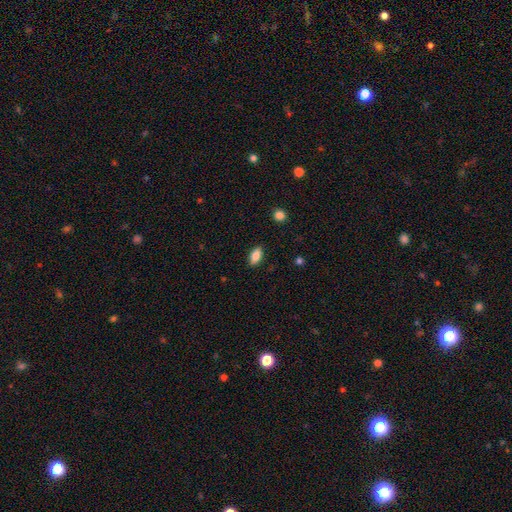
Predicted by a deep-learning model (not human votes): A smooth galaxy with no disk features (83%) that is in between round and cigar-shaped (89%).

Vote fractions:
- Smooth or featured? smooth: 83% / featured or disk: 9% / star or artifact: 7%
- How rounded? in between: 89% / cigar-shaped: 8% / round: 3%
- Merging? none: 88% / minor disturbance: 9% / major disturbance: 2% / merger: 1%